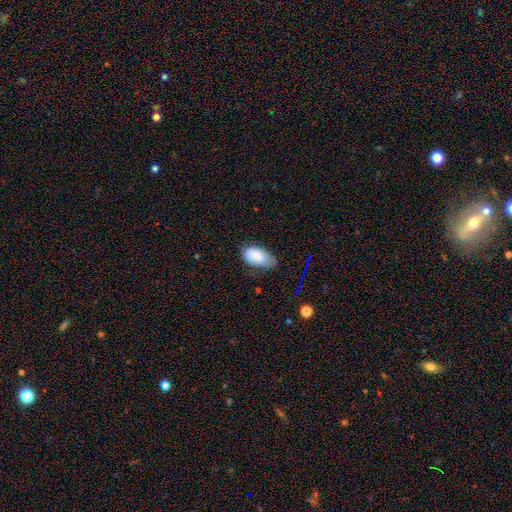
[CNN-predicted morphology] smooth-or-featured: smooth: 74% | featured or disk: 17% | star or artifact: 9%
  how-rounded: in between: 93% | round: 4% | cigar-shaped: 2%
  merging: none: 52% | minor disturbance: 34% | major disturbance: 10% | merger: 4%